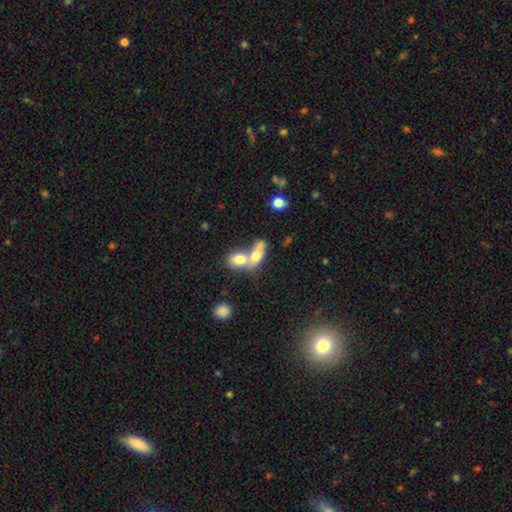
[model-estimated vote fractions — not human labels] Morphology: type=smooth (70%); roundness=in between (75%); merging=merger (71%).